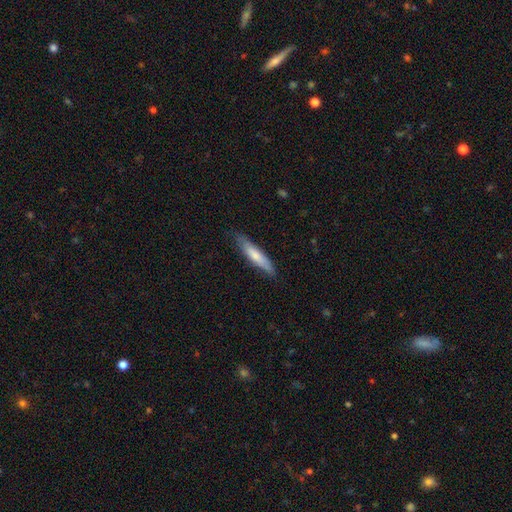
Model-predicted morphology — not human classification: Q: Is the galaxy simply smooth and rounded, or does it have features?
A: smooth — 71%.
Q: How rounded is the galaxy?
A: cigar-shaped — 81%.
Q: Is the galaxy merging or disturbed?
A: none — 80%.